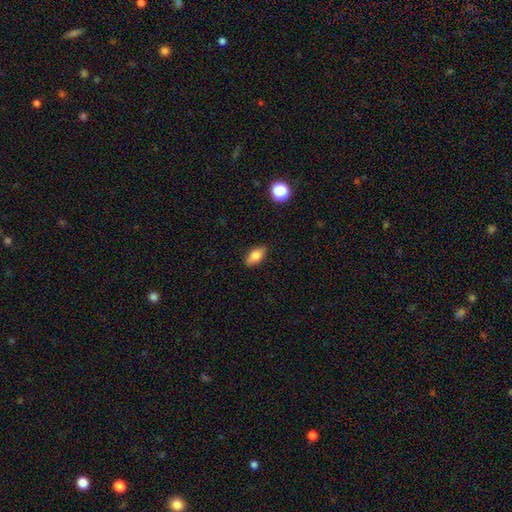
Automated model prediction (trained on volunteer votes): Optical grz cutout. It shows a smooth galaxy with no disk features (76%) that is in between round and cigar-shaped (85%). Merging: none (87%).